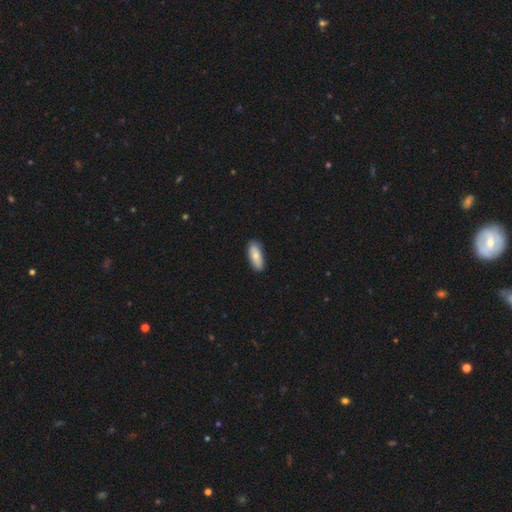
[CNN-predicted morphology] smooth-or-featured: smooth: 75% | featured or disk: 19% | star or artifact: 6%
  how-rounded: in between: 76% | cigar-shaped: 22% | round: 2%
  merging: none: 88% | minor disturbance: 9% | major disturbance: 2% | merger: 1%